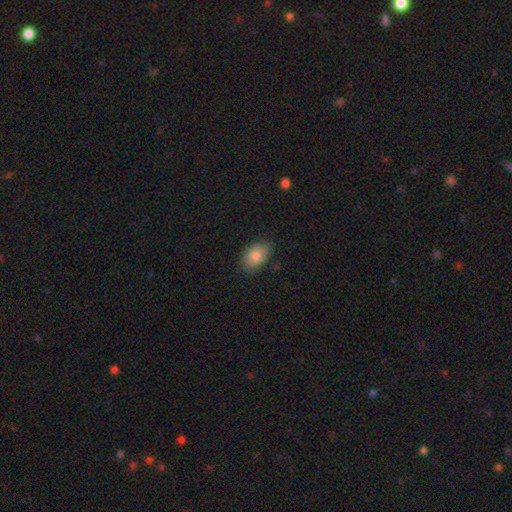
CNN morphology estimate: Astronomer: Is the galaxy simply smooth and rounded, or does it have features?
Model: smooth — 84%.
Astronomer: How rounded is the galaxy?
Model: in between — 90%.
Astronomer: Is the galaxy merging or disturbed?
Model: none — 84%.